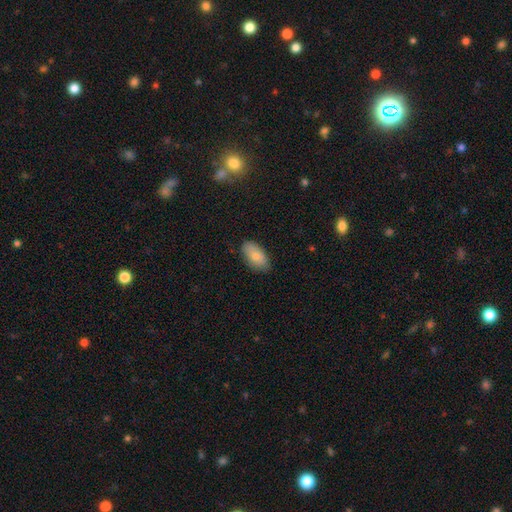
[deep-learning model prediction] Smooth or featured: smooth — 80% (featured or disk — 13%)
How rounded: in between — 94% (round — 4%)
Merging: none — 81% (minor disturbance — 15%)